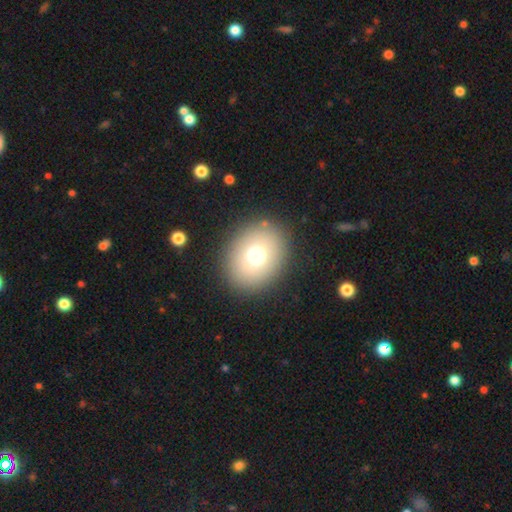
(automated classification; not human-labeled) Q: Smooth or featured?
A: smooth (69%); runner-up: star or artifact (16%)
Q: How rounded?
A: round (57%); runner-up: in between (42%)
Q: Merging?
A: none (88%); runner-up: minor disturbance (7%)